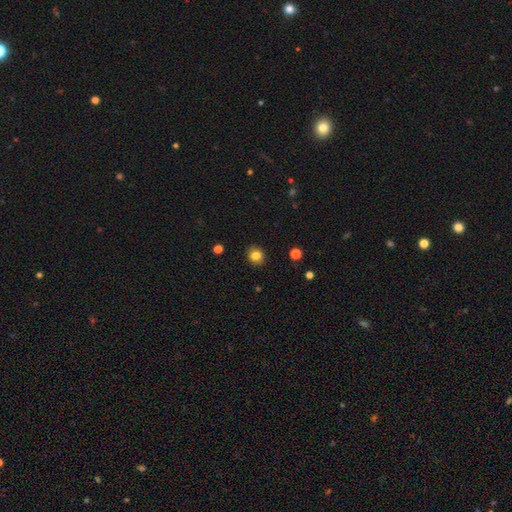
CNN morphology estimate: Smooth or featured: smooth — 83% (star or artifact — 11%)
How rounded: round — 81% (in between — 18%)
Merging: none — 90% (minor disturbance — 7%)